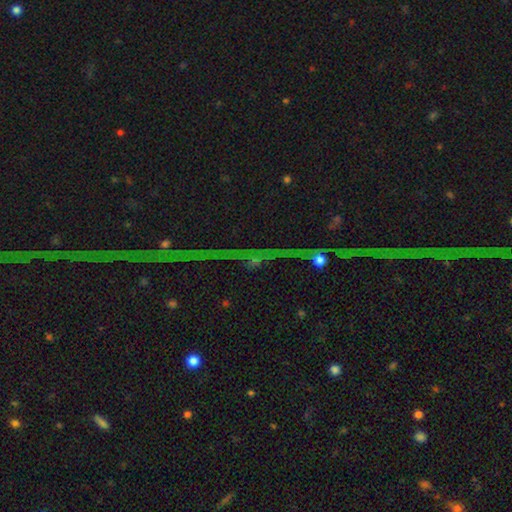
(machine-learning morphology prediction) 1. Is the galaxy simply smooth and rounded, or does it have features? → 78% star or artifact, 14% featured or disk, 9% smooth.